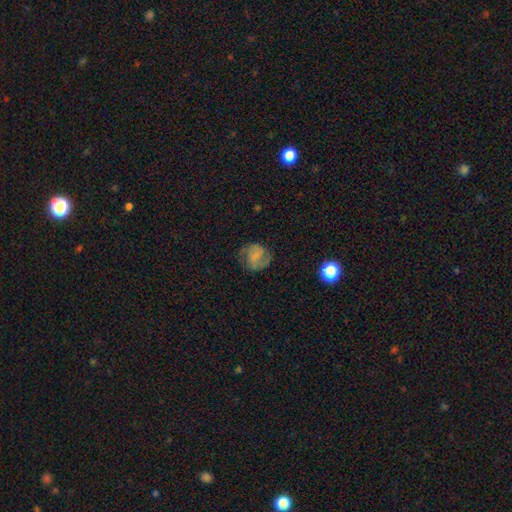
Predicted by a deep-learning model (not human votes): This appears to be a featured or disk galaxy (53%) with a weak bar (44%), spiral arms (81%) and no central bulge (50%). Merging: none (67%).